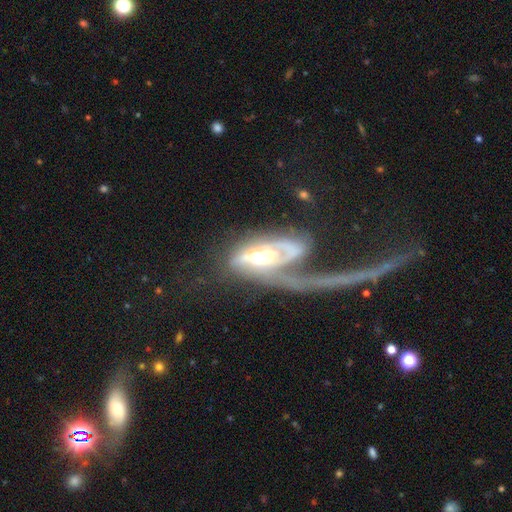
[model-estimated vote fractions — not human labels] This appears to be a featured or disk galaxy (68%) with no bar (66%), spiral arms (57%) and a moderate central bulge (65%). Merging: merger (46%).